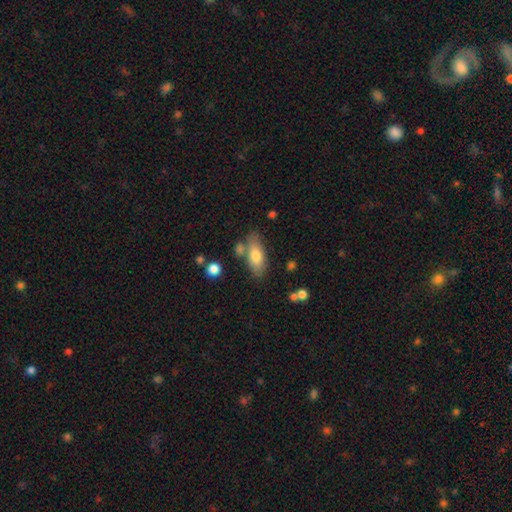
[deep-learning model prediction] A smooth galaxy with no disk features (74%) that is in between round and cigar-shaped (79%).

Vote fractions:
- Smooth or featured? smooth: 74% / featured or disk: 20% / star or artifact: 7%
- How rounded? in between: 79% / cigar-shaped: 18% / round: 3%
- Merging? none: 69% / minor disturbance: 16% / merger: 11% / major disturbance: 4%